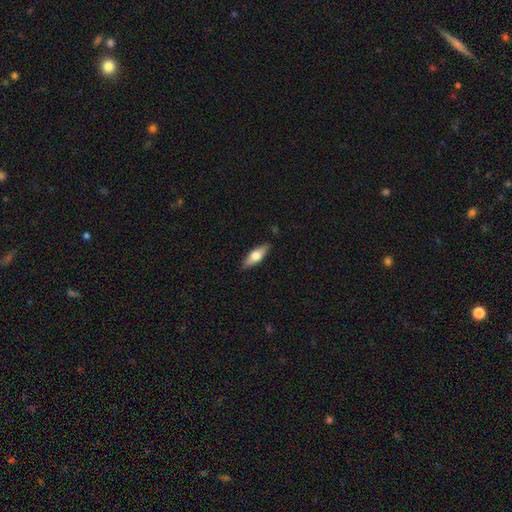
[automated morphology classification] Smooth or featured? Predicted: smooth (p=0.61). How rounded? Predicted: in between (p=0.61). Merging? Predicted: none (p=0.87).